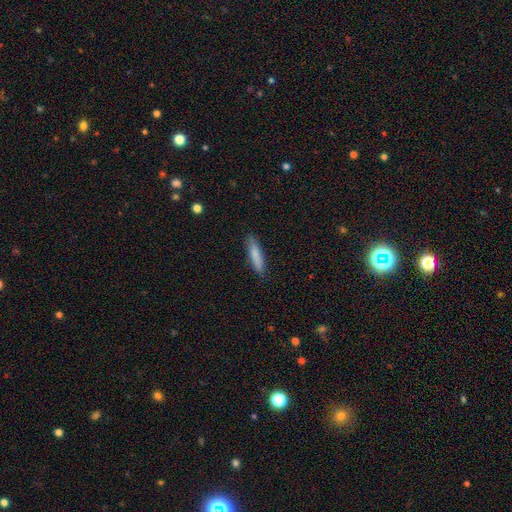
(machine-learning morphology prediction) Overall: smooth (83%). How rounded: cigar-shaped (80%). Merging: none (86%).